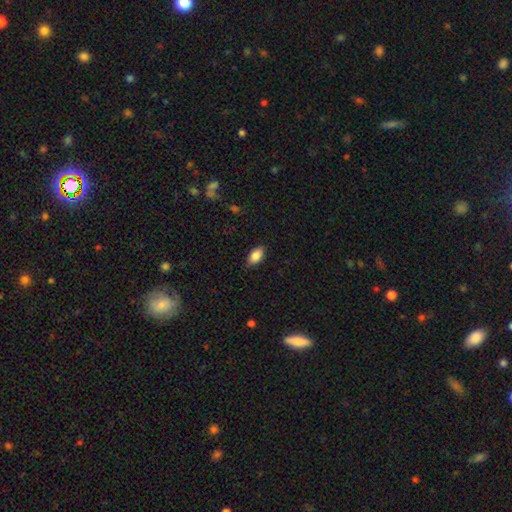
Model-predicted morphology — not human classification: Overall: smooth (87%). How rounded: in between (92%). Merging: none (85%).